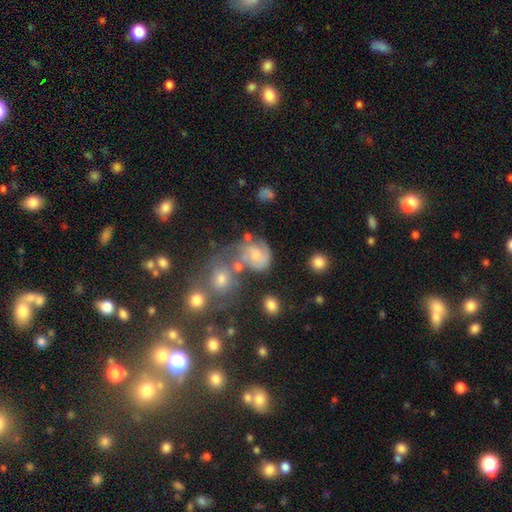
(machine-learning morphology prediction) Q: Smooth or featured?
A: featured or disk (57%); runner-up: smooth (32%)
Q: Edge-on disk?
A: no (98%); runner-up: yes (2%)
Q: Bar?
A: no (66%); runner-up: weak (29%)
Q: Spiral arms?
A: yes (84%); runner-up: no (16%)
Q: Bulge size?
A: small (42%); runner-up: moderate (39%)
Q: Merging?
A: none (39%); runner-up: merger (24%)